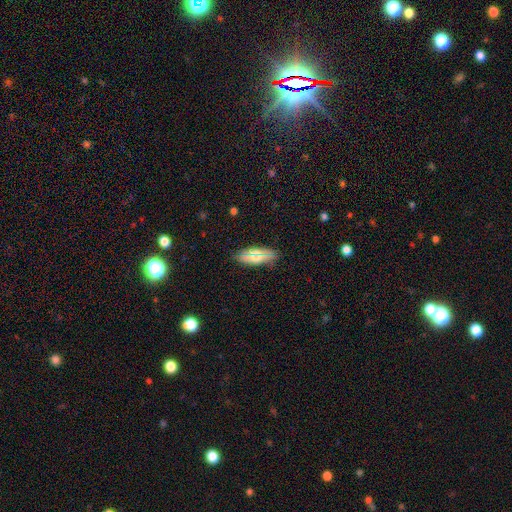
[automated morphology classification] smooth_or_featured: smooth (p=0.64) [alt: featured or disk p=0.23]
how_rounded: in between (p=0.78) [alt: cigar-shaped p=0.18]
merging: none (p=0.84) [alt: minor disturbance p=0.12]